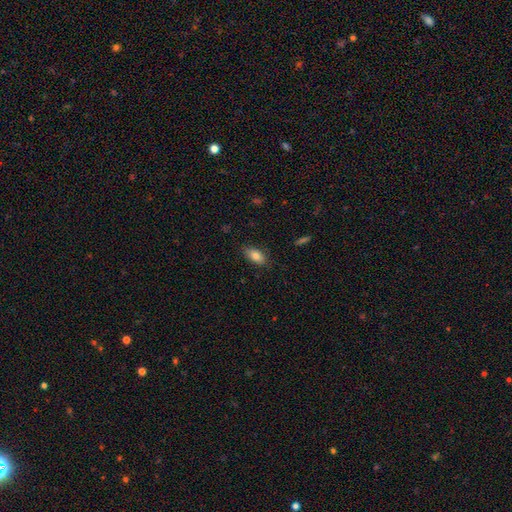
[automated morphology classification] smooth 81%, featured or disk 11%, star or artifact 8%. Down the decision tree: how rounded — in between (90%); merging — none (83%).